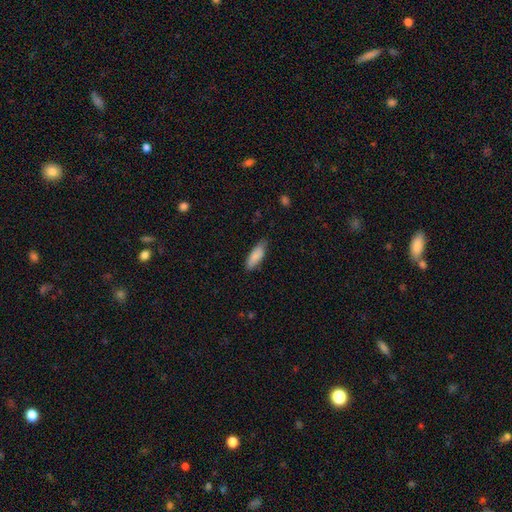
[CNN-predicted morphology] Smooth or featured? smooth (86%)
How rounded? in between (68%)
Merging? none (76%)